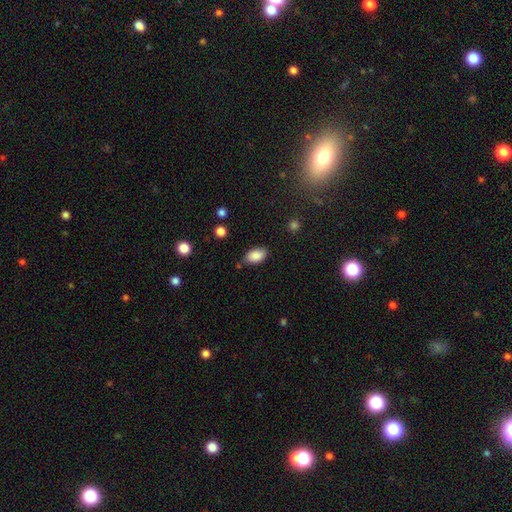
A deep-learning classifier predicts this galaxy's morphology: This is clearly a smooth galaxy (88%). How rounded: clearly in between (93%). Merging: likely none (79%).